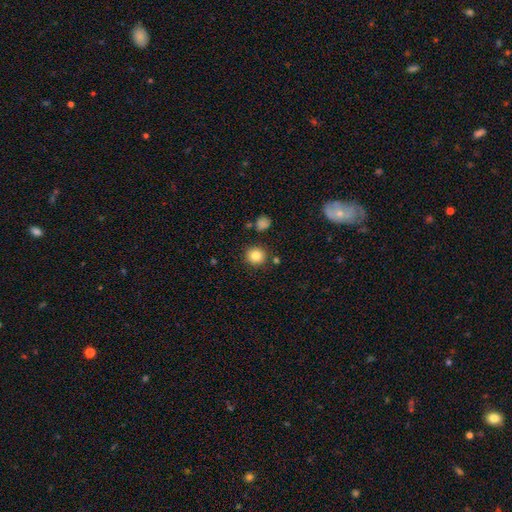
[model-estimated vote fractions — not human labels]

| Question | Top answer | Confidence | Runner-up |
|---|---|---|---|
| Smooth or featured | smooth | 84% | star or artifact (10%) |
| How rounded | round | 88% | in between (11%) |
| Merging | none | 86% | minor disturbance (7%) |